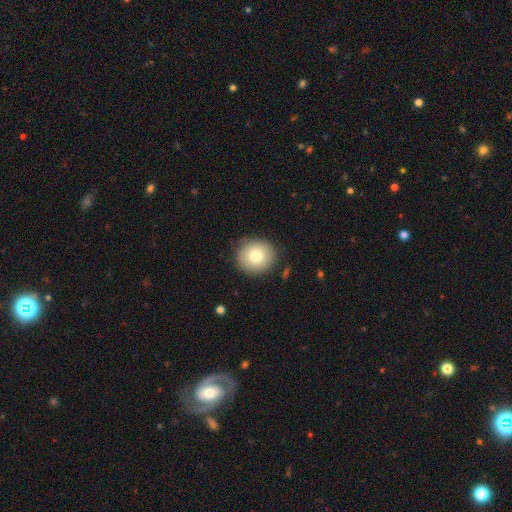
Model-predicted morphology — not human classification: Overall: smooth (80%). How rounded: round (88%). Merging: none (87%).